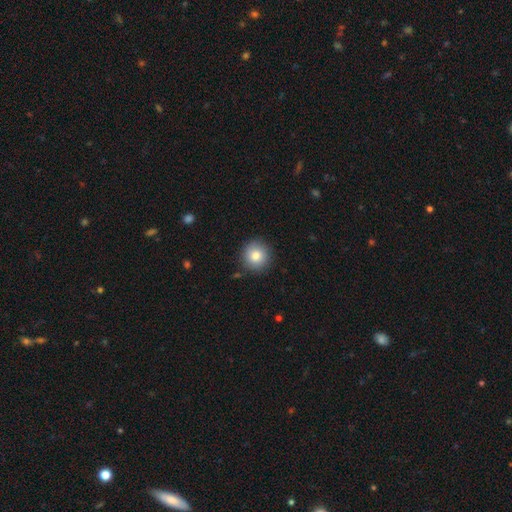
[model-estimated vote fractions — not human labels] This appears to be a smooth galaxy with no disk features (82%) that is round (94%). Merging: none (89%).